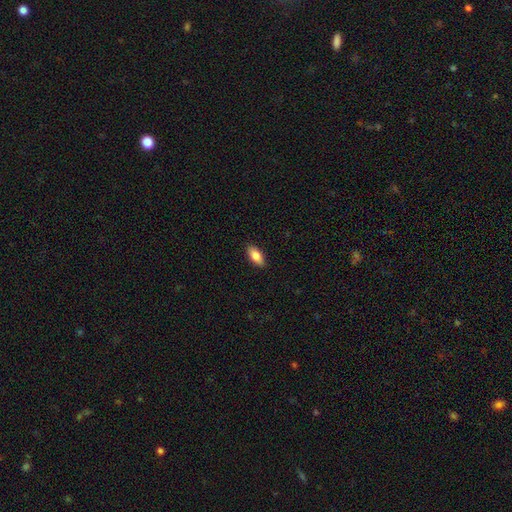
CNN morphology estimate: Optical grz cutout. It shows a smooth galaxy with no disk features (85%) that is in between round and cigar-shaped (87%). Merging: none (89%).